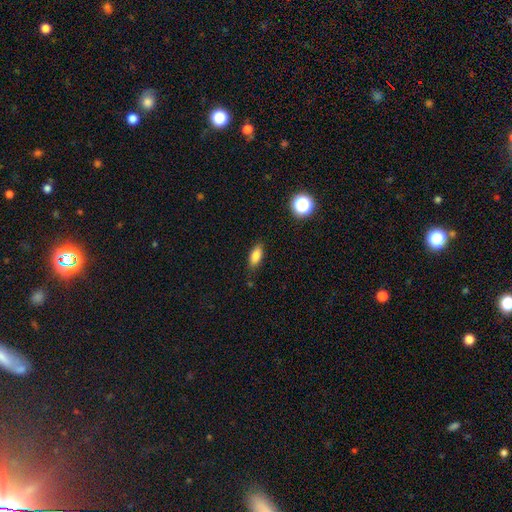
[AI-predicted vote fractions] Q: Smooth or featured?
A: smooth (84%); runner-up: star or artifact (9%)
Q: How rounded?
A: in between (82%); runner-up: cigar-shaped (13%)
Q: Merging?
A: none (83%); runner-up: minor disturbance (13%)